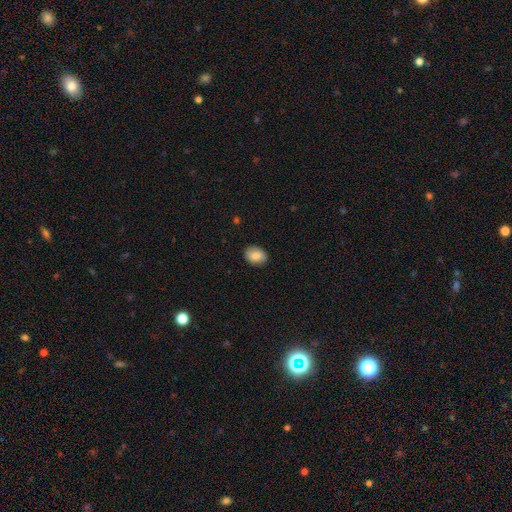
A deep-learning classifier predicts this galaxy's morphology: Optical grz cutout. It shows a smooth galaxy with no disk features (85%) that is in between round and cigar-shaped (69%). Merging: none (86%).